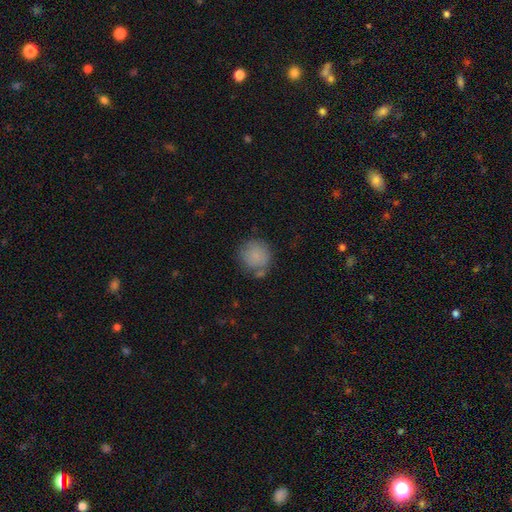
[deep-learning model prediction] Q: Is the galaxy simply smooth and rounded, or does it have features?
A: smooth — 83%.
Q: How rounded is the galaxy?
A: round — 90%.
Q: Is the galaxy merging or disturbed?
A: none — 64%.